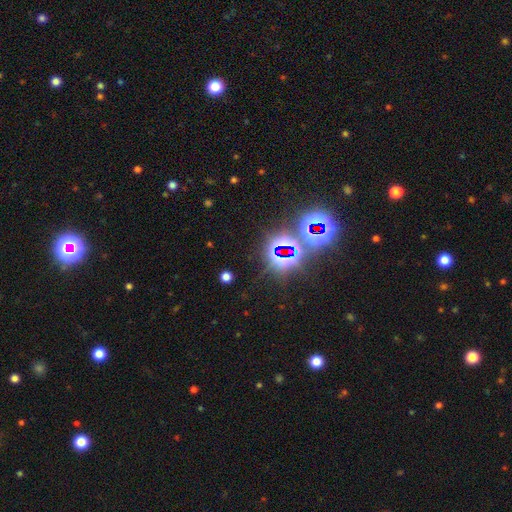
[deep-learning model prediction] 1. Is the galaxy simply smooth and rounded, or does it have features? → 77% star or artifact, 12% smooth, 10% featured or disk.